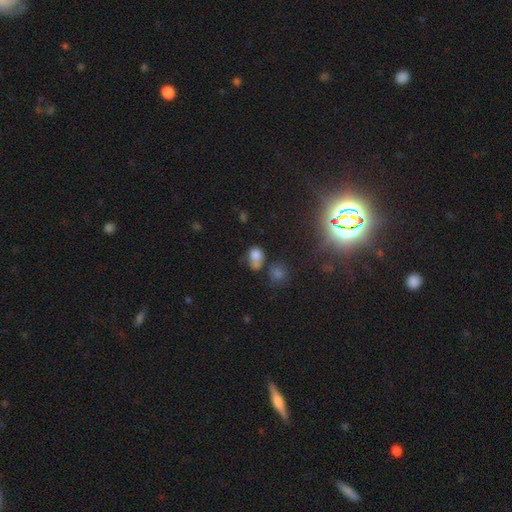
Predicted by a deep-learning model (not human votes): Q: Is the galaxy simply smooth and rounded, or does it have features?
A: smooth — 73%.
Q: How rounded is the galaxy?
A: in between — 57%.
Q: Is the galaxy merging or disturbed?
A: none — 37%.